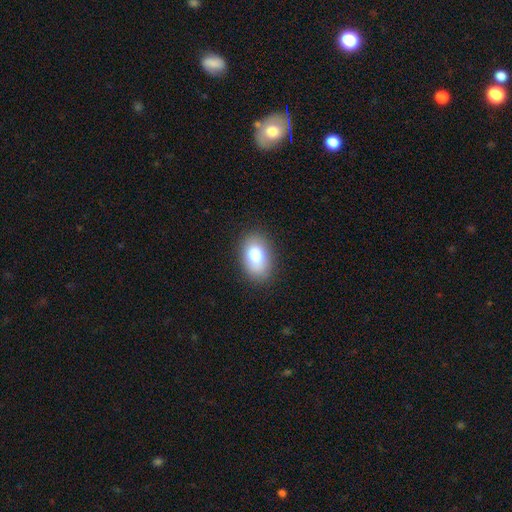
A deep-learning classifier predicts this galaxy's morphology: A smooth galaxy with no disk features (82%) that is in between round and cigar-shaped (89%). Merging: none (85%).